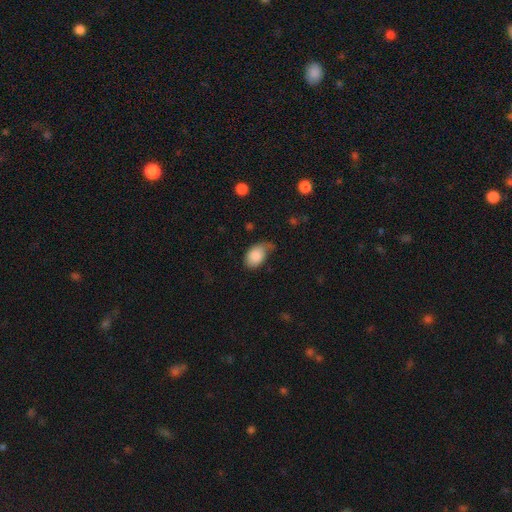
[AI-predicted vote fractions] This appears to be a smooth galaxy with no disk features (84%) that is in between round and cigar-shaped (86%). Merging: none (44%).